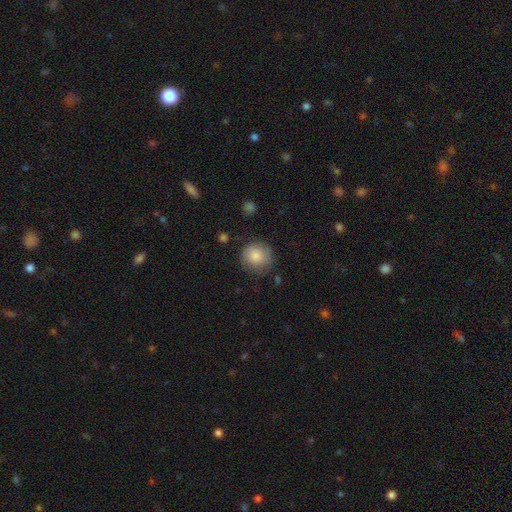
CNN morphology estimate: A smooth galaxy with no disk features (81%) that is round (91%).

Vote fractions:
- Smooth or featured? smooth: 81% / featured or disk: 12% / star or artifact: 7%
- How rounded? round: 91% / in between: 8% / cigar-shaped: 1%
- Merging? none: 76% / minor disturbance: 17% / major disturbance: 6% / merger: 2%